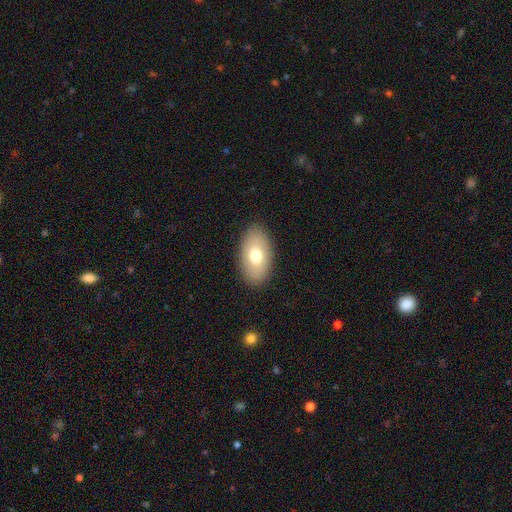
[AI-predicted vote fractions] Smooth or featured?
  - smooth: 71% *
  - featured or disk: 22%
  - star or artifact: 8%
How rounded?
  - in between: 93% *
  - round: 6%
  - cigar-shaped: 2%
Merging?
  - none: 88% *
  - minor disturbance: 9%
  - major disturbance: 3%
  - merger: 1%